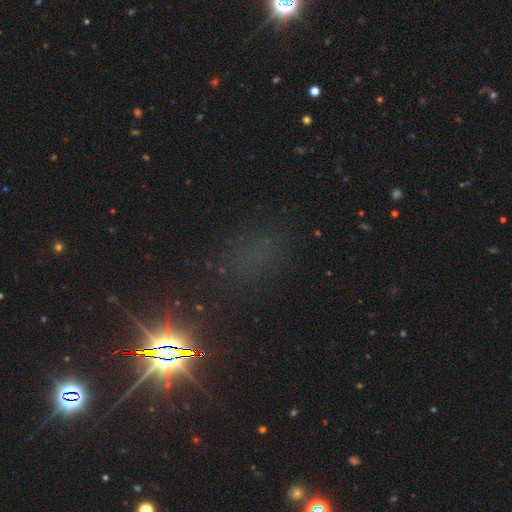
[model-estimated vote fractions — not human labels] Smooth or featured: star or artifact — 69% (smooth — 21%)